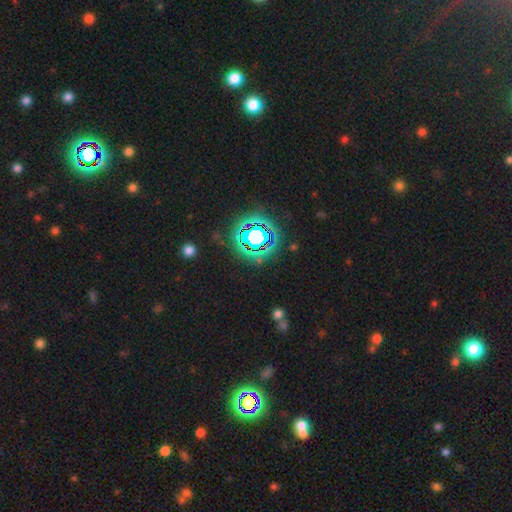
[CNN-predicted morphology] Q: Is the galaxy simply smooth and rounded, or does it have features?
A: star or artifact — 81%.